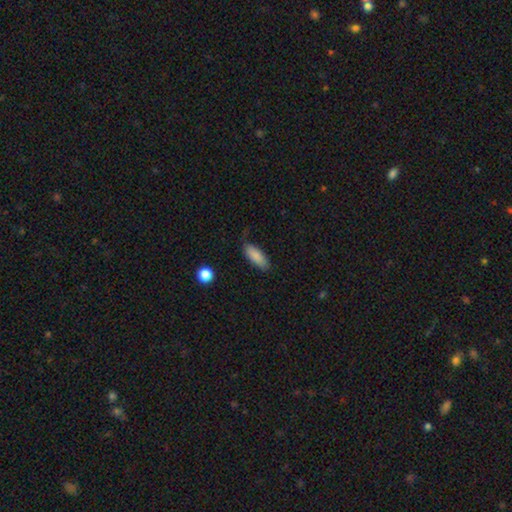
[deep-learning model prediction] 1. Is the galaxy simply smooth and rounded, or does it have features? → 86% smooth, 7% featured or disk, 7% star or artifact.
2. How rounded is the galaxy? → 70% in between, 28% cigar-shaped, 2% round.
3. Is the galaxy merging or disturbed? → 77% none, 18% minor disturbance, 3% major disturbance, 2% merger.